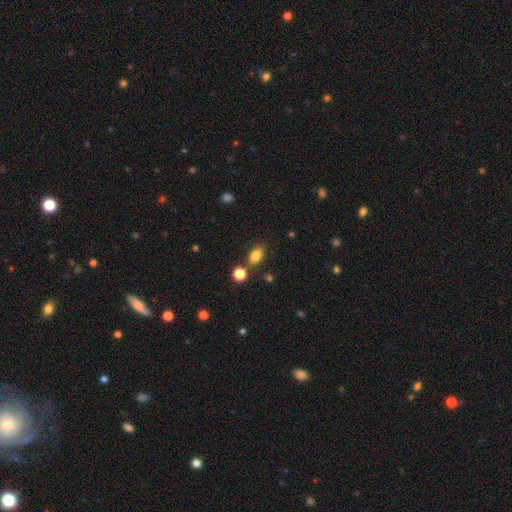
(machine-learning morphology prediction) Smooth or featured: smooth — 83% (star or artifact — 11%)
How rounded: in between — 84% (round — 13%)
Merging: none — 75% (minor disturbance — 11%)